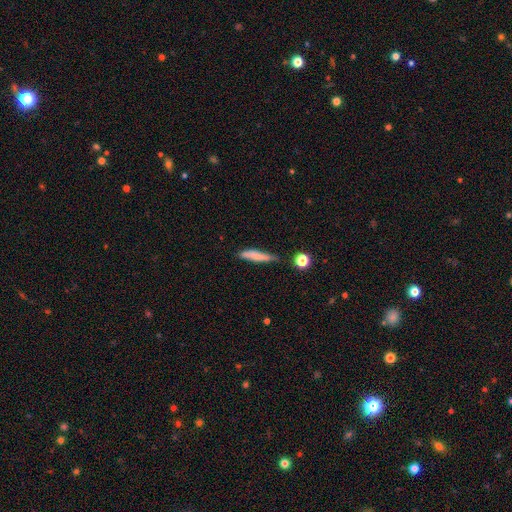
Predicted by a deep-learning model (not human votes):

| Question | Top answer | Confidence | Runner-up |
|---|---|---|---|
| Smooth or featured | smooth | 69% | featured or disk (24%) |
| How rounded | cigar-shaped | 85% | in between (13%) |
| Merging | none | 64% | minor disturbance (26%) |